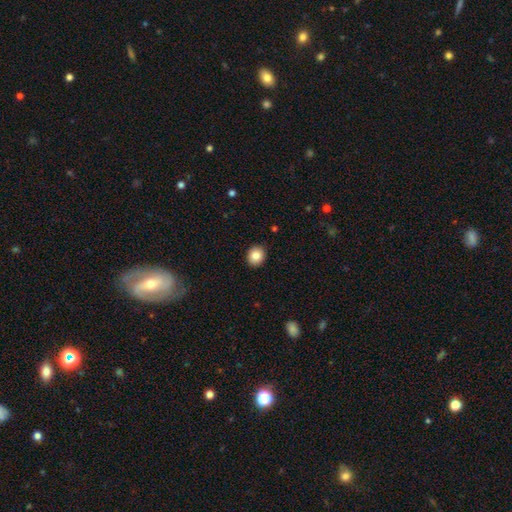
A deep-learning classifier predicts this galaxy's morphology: A smooth galaxy with no disk features (85%) that is round (77%).

Vote fractions:
- Smooth or featured? smooth: 85% / star or artifact: 9% / featured or disk: 6%
- How rounded? round: 77% / in between: 22% / cigar-shaped: 1%
- Merging? none: 91% / minor disturbance: 6% / major disturbance: 2% / merger: 1%